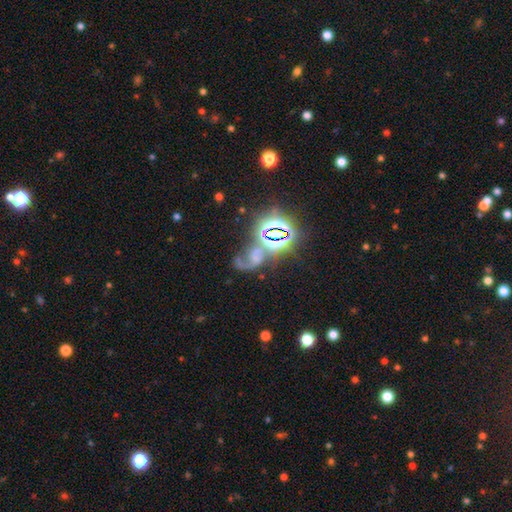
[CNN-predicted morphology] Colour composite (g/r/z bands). It shows a featured or disk galaxy (42%). Merging: none (32%).